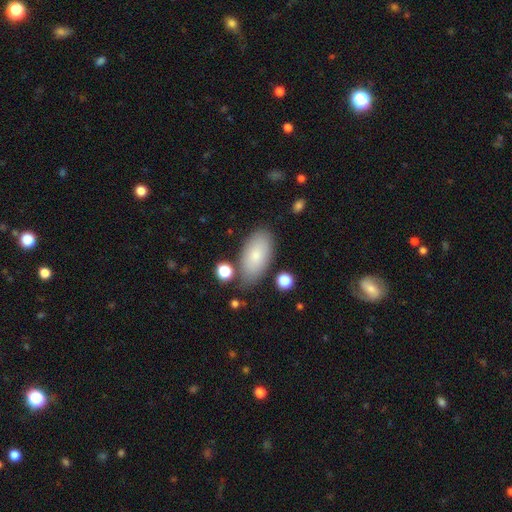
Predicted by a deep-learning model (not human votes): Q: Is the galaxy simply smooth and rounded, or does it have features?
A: smooth — 80%.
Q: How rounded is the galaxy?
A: in between — 93%.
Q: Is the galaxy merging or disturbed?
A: none — 75%.